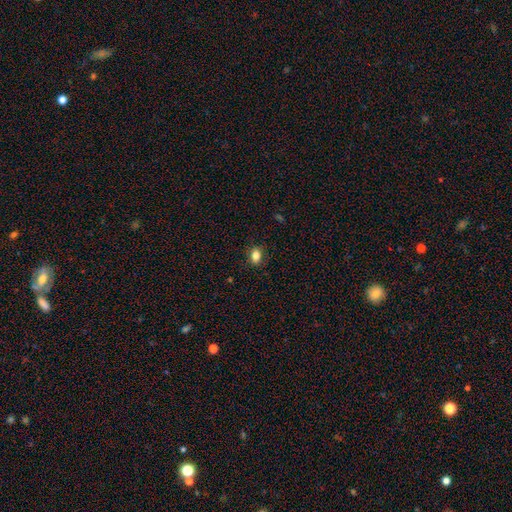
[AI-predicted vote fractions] Smooth or featured? Predicted: smooth (p=0.83). How rounded? Predicted: in between (p=0.65). Merging? Predicted: none (p=0.87).